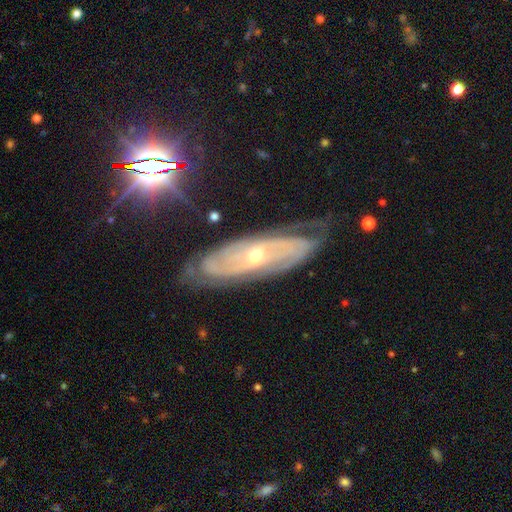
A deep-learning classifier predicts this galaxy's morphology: Smooth or featured?
  - featured or disk: 82% *
  - star or artifact: 9%
  - smooth: 8%
Edge-on disk?
  - no: 84% *
  - yes: 16%
Bar?
  - no: 54% *
  - weak: 33%
  - strong: 13%
Spiral arms?
  - yes: 94% *
  - no: 6%
Spiral winding?
  - tight: 67% *
  - medium: 26%
  - loose: 7%
Spiral arm count?
  - can't tell: 41% *
  - 2: 33%
  - 3: 11%
  - 4: 6%
  - more than 4: 4%
  - 1: 4%
Bulge size?
  - small: 55% *
  - moderate: 42%
  - large: 1%
  - none: 1%
  - dominant: 1%
Merging?
  - none: 74% *
  - minor disturbance: 19%
  - major disturbance: 5%
  - merger: 2%